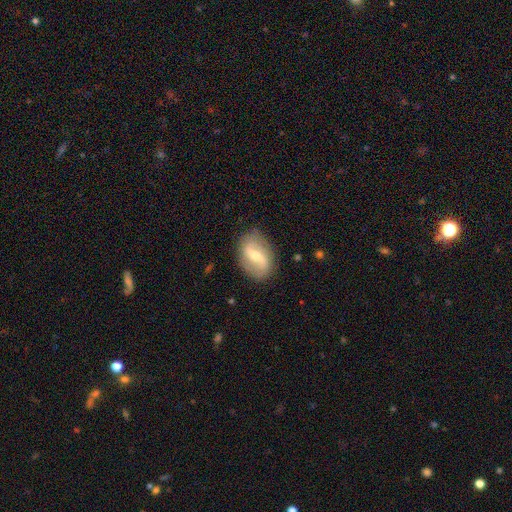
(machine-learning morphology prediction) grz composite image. It shows a featured or disk galaxy (71%) with a strong bar (44%), 2 (87%) loose (57%) spiral arms (77%) and a moderate central bulge (51%). Merging: none (82%).